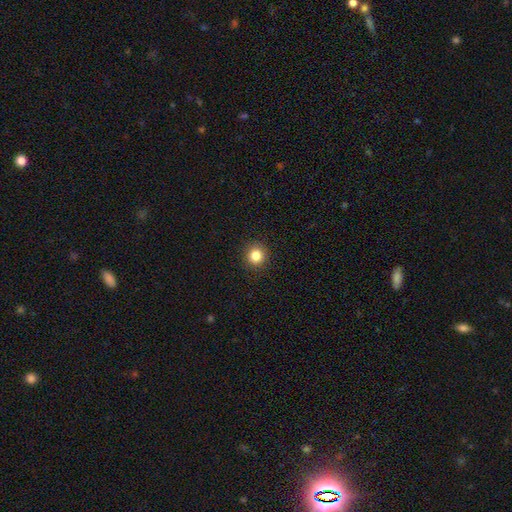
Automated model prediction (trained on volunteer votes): Smooth or featured?
  - smooth: 84% *
  - star or artifact: 11%
  - featured or disk: 5%
How rounded?
  - round: 91% *
  - in between: 8%
  - cigar-shaped: 1%
Merging?
  - none: 92% *
  - minor disturbance: 5%
  - major disturbance: 2%
  - merger: 1%